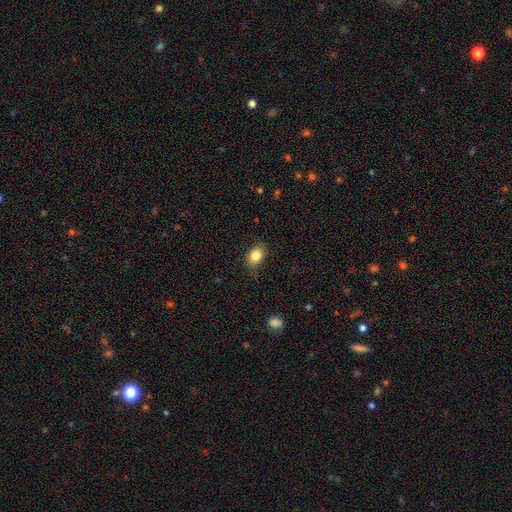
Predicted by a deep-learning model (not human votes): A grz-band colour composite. It shows a smooth galaxy with no disk features (84%) that is in between round and cigar-shaped (79%). Merging: none (83%).